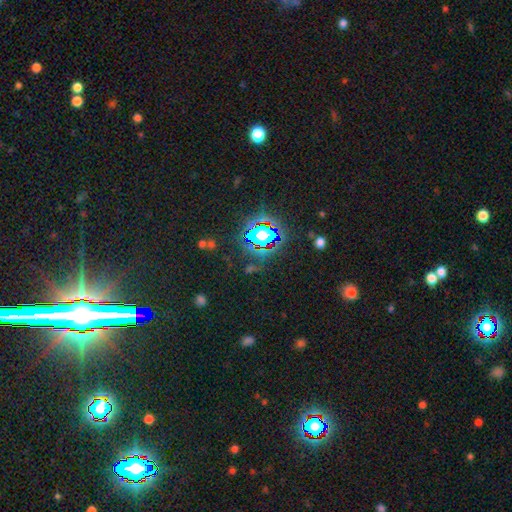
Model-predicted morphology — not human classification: star or artifact 82%, smooth 9%, featured or disk 9%.